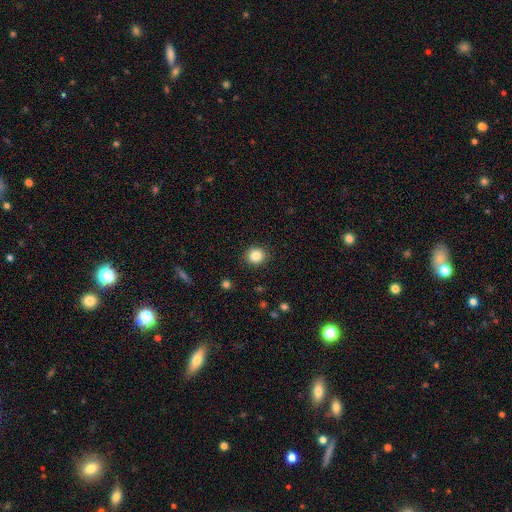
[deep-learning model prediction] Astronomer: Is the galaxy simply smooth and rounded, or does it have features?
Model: smooth — 85%.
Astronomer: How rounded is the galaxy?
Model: round — 86%.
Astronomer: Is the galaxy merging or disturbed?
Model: none — 91%.